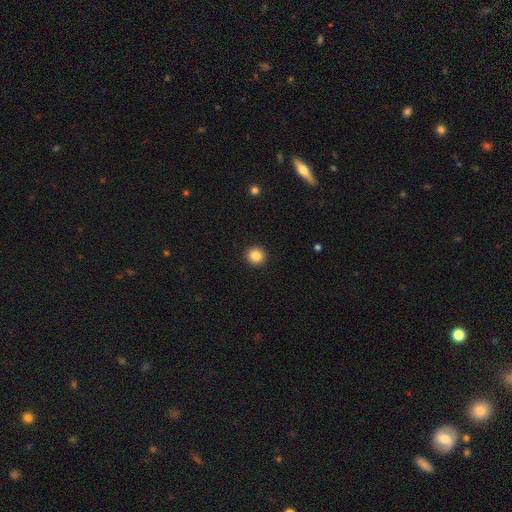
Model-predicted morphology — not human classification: This is clearly a smooth galaxy (85%). How rounded: clearly round (93%). Merging: clearly none (93%).